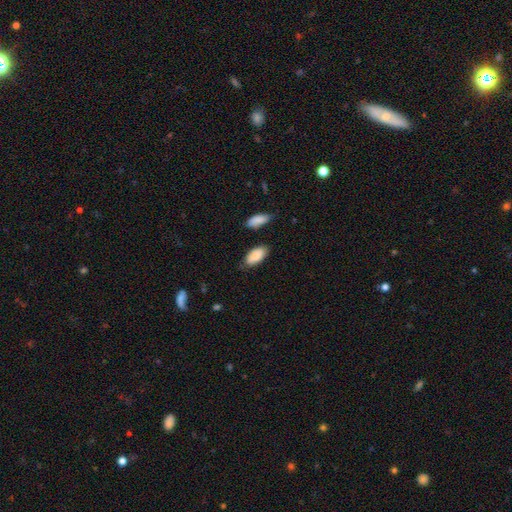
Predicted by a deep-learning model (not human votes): Morphology: type=smooth (88%); roundness=in between (93%); merging=none (76%).